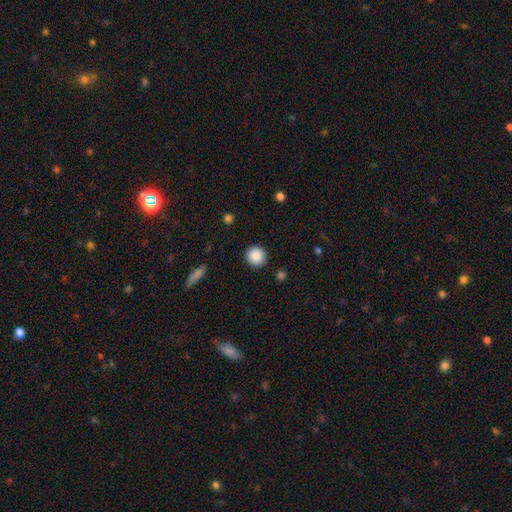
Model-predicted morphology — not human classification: The model was most divided on "smooth or featured": smooth: 88%, star or artifact: 9%, featured or disk: 4%. More confident: how rounded — round (93%); merging — none (91%).